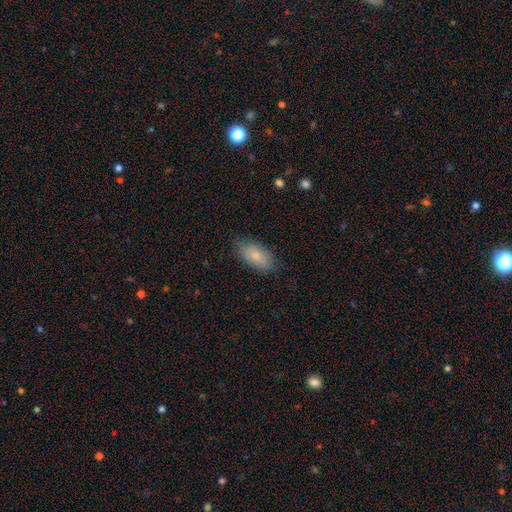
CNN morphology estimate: smooth 78%, featured or disk 15%, star or artifact 7%. Down the decision tree: how rounded — in between (92%); merging — none (80%).